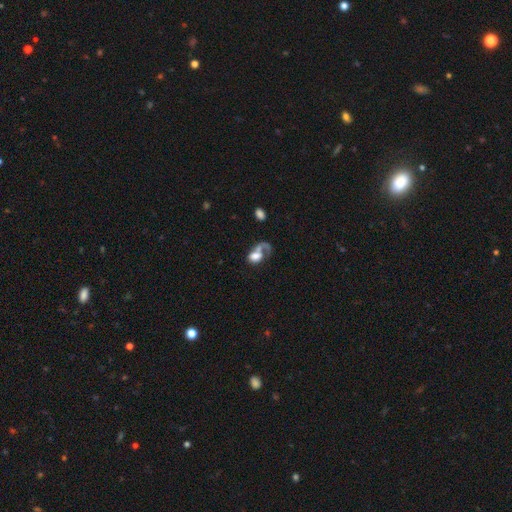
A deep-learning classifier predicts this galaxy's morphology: A featured or disk galaxy (45%). Merging: major disturbance (35%).